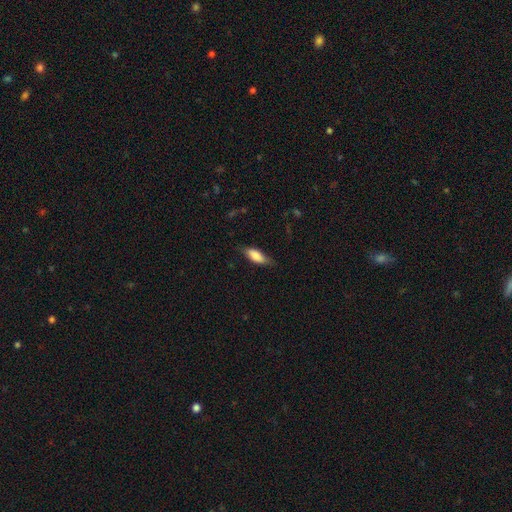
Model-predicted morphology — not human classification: smooth_or_featured: smooth (p=0.79) [alt: featured or disk p=0.15]
how_rounded: in between (p=0.73) [alt: cigar-shaped p=0.24]
merging: none (p=0.70) [alt: minor disturbance p=0.24]